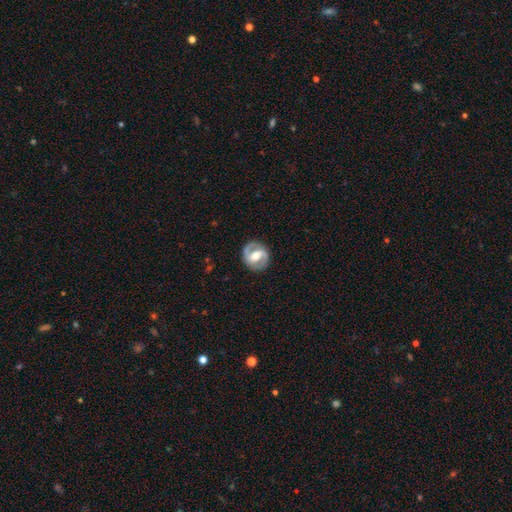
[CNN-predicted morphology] The model was most divided on "bar" (2-way tie): strong: 41%, weak: 41%, no: 18%. More confident: edge-on disk — no (97%); spiral arm count — 2 (90%); spiral arms — yes (89%); merging — none (87%); smooth or featured — featured or disk (81%); bulge size — moderate (71%); spiral winding — medium (51%).